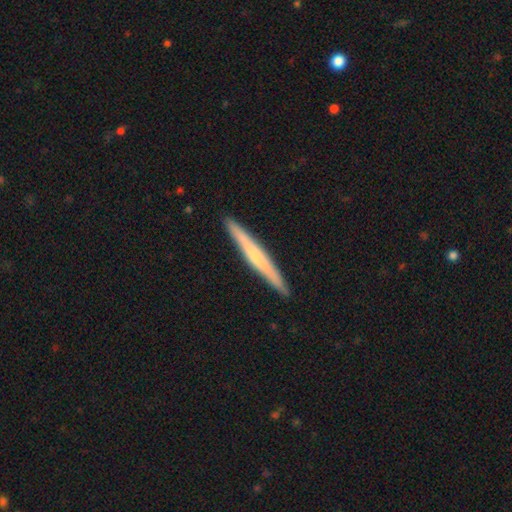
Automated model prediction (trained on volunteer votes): Smooth or featured? Predicted: featured or disk (p=0.49). Merging? Predicted: none (p=0.92).